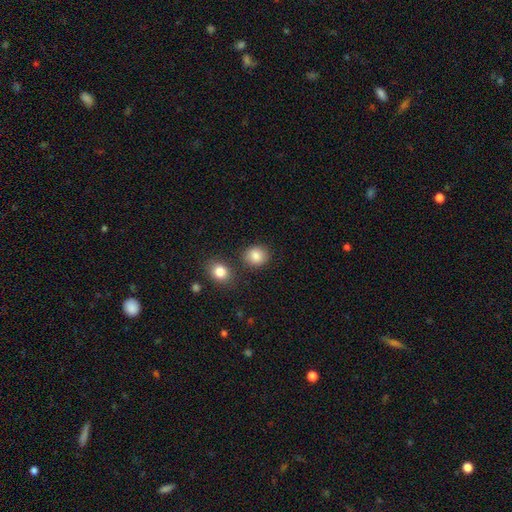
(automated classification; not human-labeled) Overall: smooth (86%). How rounded: round (72%). Merging: none (81%).